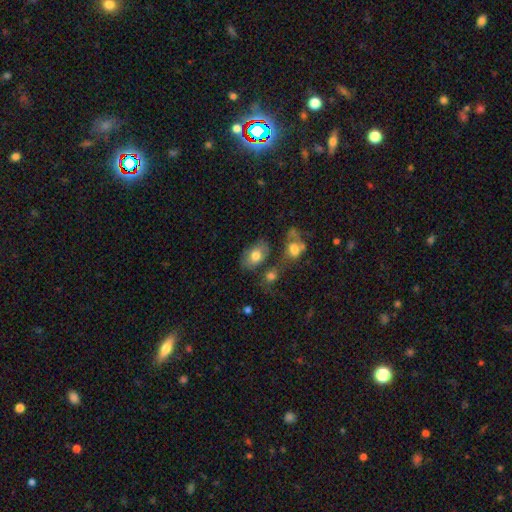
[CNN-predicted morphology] This is likely a smooth galaxy (73%). How rounded: clearly in between (85%). Merging: possibly none (54%).